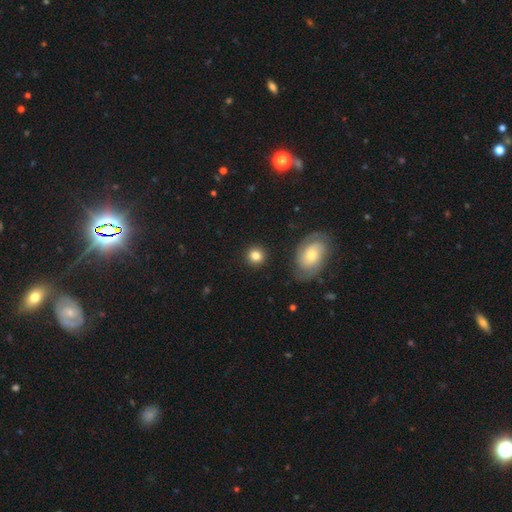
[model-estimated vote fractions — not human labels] smooth-or-featured: smooth: 83% | featured or disk: 9% | star or artifact: 8%
  how-rounded: round: 90% | in between: 9% | cigar-shaped: 1%
  merging: none: 88% | minor disturbance: 6% | merger: 3% | major disturbance: 2%